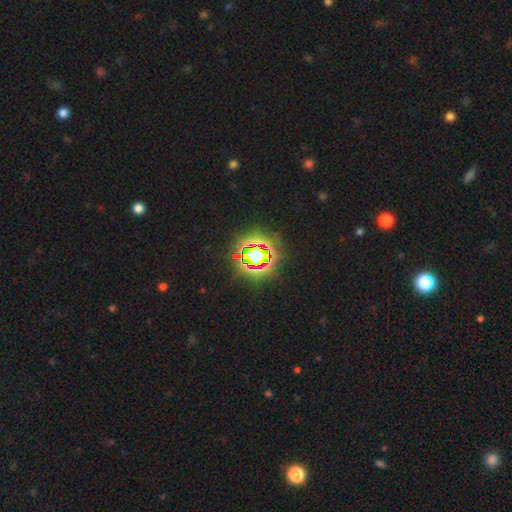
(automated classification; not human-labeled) The model was most divided on "smooth or featured": star or artifact: 74%, smooth: 14%, featured or disk: 12%.